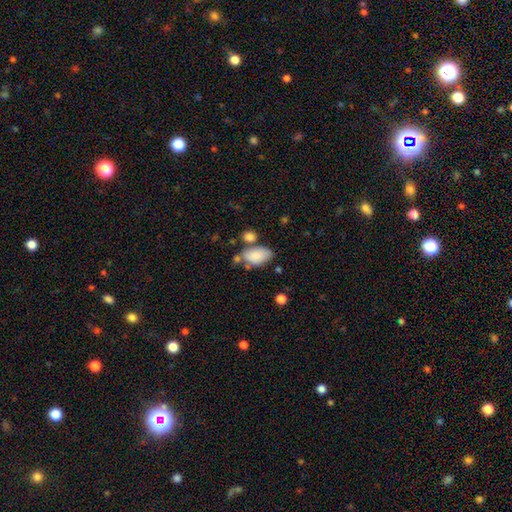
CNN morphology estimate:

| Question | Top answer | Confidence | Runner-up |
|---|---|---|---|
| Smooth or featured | smooth | 83% | featured or disk (10%) |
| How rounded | in between | 93% | round (5%) |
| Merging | none | 52% | merger (21%) |